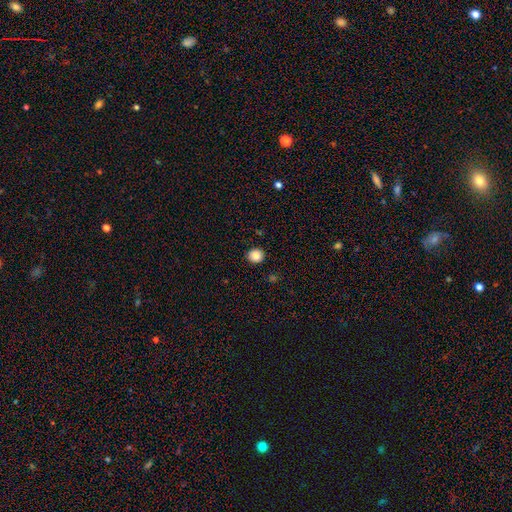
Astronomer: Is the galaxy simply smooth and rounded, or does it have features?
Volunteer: smooth — 92%.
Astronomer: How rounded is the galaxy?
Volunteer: round — 91%.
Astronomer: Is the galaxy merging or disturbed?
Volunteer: none — 94%.